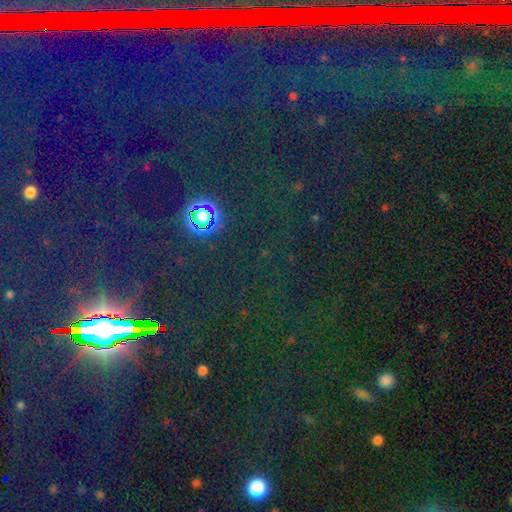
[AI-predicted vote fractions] A star or artifact, not a galaxy (82%).

Vote fractions:
- Smooth or featured? star or artifact: 82% / smooth: 10% / featured or disk: 8%